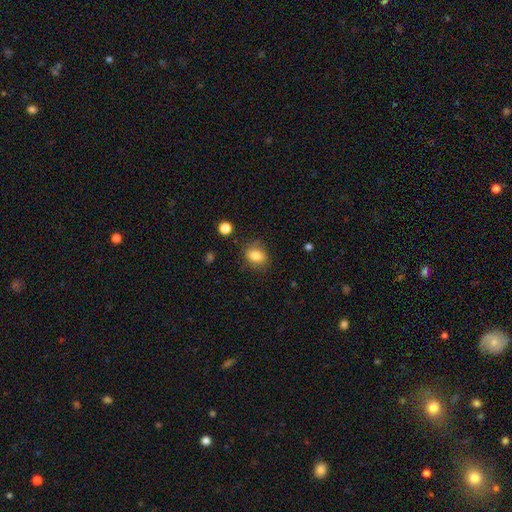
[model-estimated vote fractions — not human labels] smooth-or-featured: smooth: 81% | star or artifact: 10% | featured or disk: 10%
  how-rounded: in between: 56% | round: 43% | cigar-shaped: 1%
  merging: none: 75% | minor disturbance: 18% | major disturbance: 5% | merger: 2%